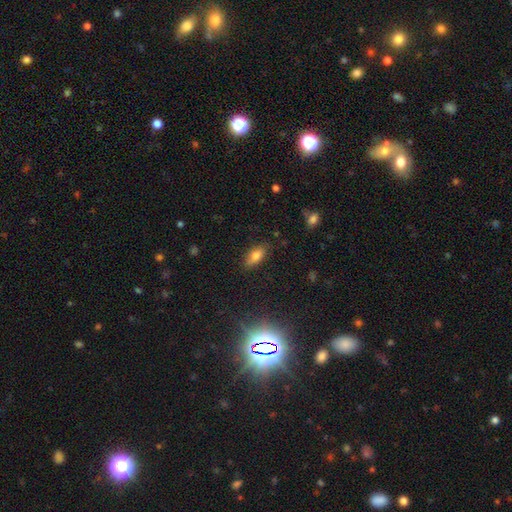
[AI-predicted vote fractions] Smooth or featured?
  - smooth: 75% *
  - featured or disk: 15%
  - star or artifact: 10%
How rounded?
  - in between: 80% *
  - cigar-shaped: 17%
  - round: 3%
Merging?
  - none: 82% *
  - minor disturbance: 13%
  - major disturbance: 3%
  - merger: 2%